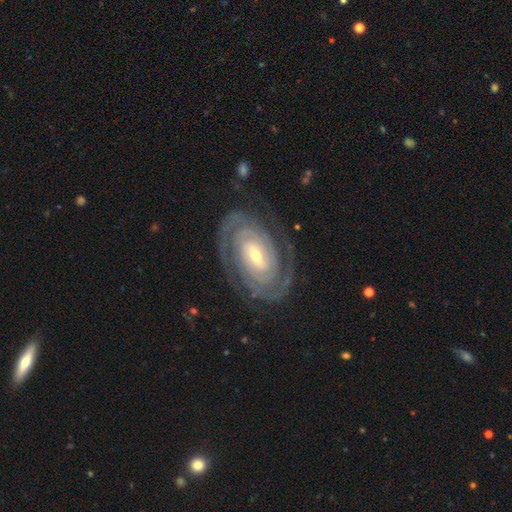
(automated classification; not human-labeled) This is clearly a featured or disk galaxy (91%). It is clearly not viewed edge-on (96%). Bar: marginally weak (38%). Spiral arm pattern: clearly yes (98%). Spiral arm count: likely 2 (66%). Spiral winding: clearly tight (82%). Central bulge: possibly small (56%). Merging: clearly none (81%).